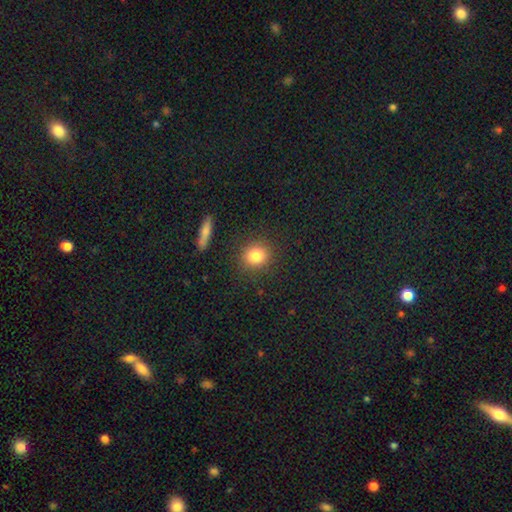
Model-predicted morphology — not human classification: Smooth or featured? Predicted: smooth (p=0.83). How rounded? Predicted: round (p=0.80). Merging? Predicted: none (p=0.87).